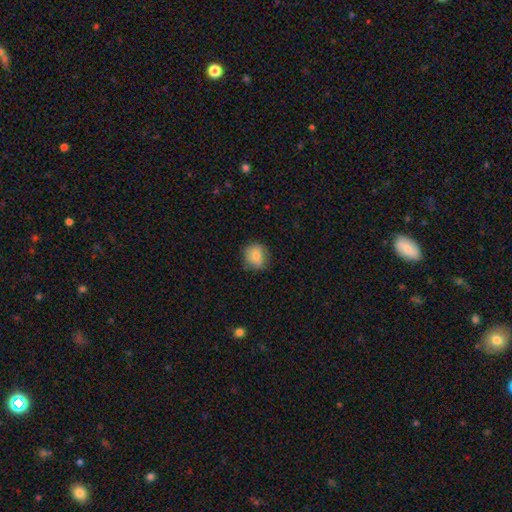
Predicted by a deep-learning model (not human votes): A smooth galaxy with no disk features (83%) that is round (75%).

Vote fractions:
- Smooth or featured? smooth: 83% / featured or disk: 8% / star or artifact: 8%
- How rounded? round: 75% / in between: 24% / cigar-shaped: 1%
- Merging? none: 77% / minor disturbance: 18% / major disturbance: 4% / merger: 1%